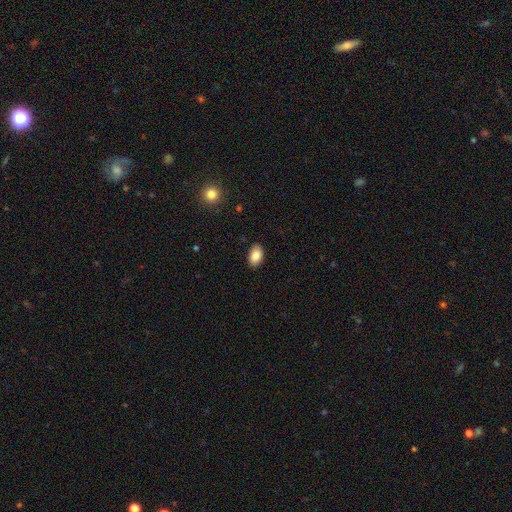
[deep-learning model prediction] Q: Smooth or featured?
A: smooth (86%); runner-up: star or artifact (8%)
Q: How rounded?
A: in between (91%); runner-up: round (8%)
Q: Merging?
A: none (89%); runner-up: minor disturbance (8%)